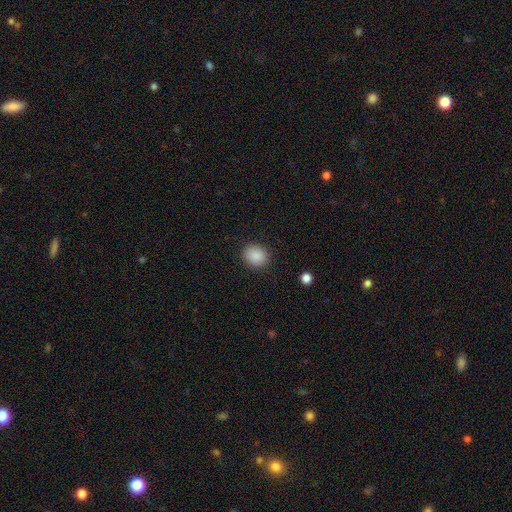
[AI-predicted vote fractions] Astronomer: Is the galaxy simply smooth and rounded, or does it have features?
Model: smooth — 88%.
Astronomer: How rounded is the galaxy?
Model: round — 66%.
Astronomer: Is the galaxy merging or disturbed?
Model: none — 88%.